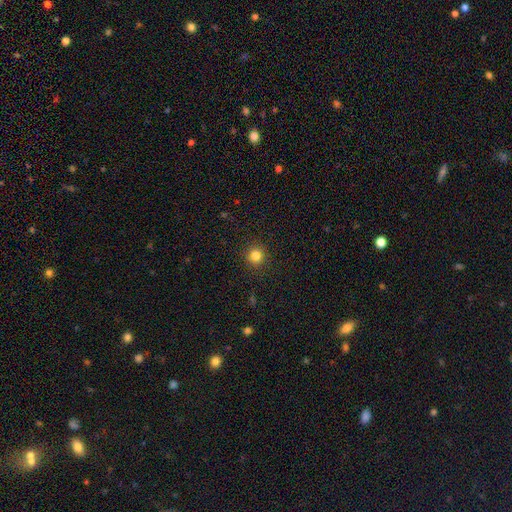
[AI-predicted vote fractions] Smooth or featured? smooth (83%)
How rounded? round (94%)
Merging? none (91%)